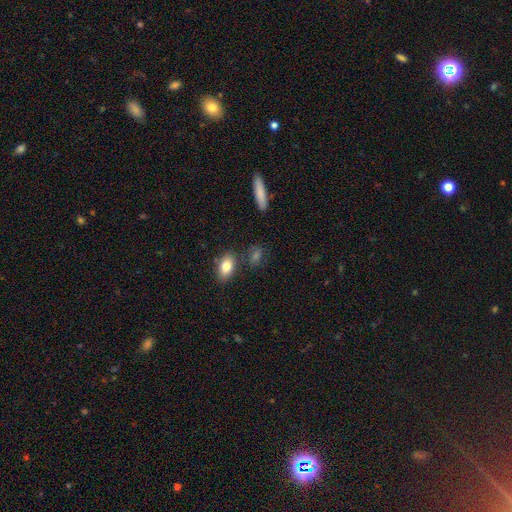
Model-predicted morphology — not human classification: Smooth or featured? smooth (77%)
How rounded? in between (73%)
Merging? none (76%)